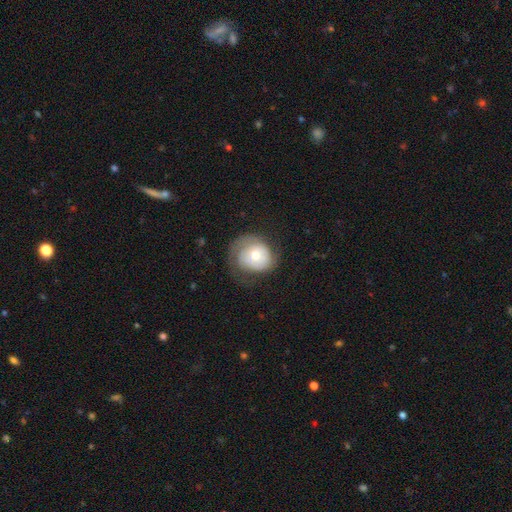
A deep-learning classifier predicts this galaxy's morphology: This appears to be a smooth galaxy with no disk features (50%). Merging: none (51%).